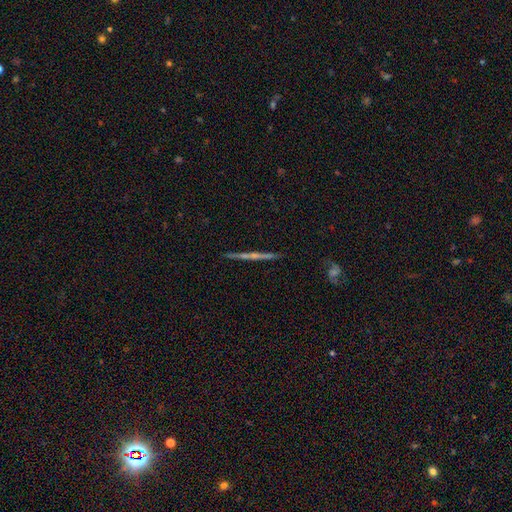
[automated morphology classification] type=featured or disk (44%); merging=none (86%).